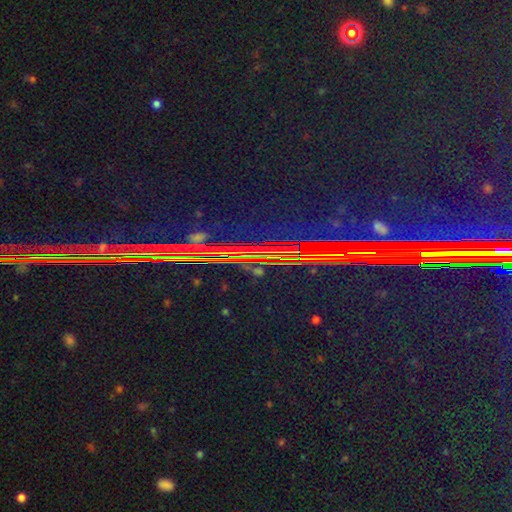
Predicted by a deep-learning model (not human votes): Smooth or featured? star or artifact (88%)